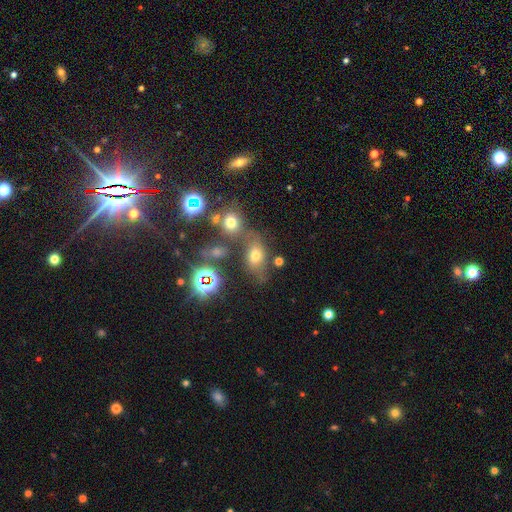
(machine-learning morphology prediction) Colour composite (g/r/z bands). It shows a smooth galaxy with no disk features (61%) that is in between round and cigar-shaped (73%). Merging: none (50%).